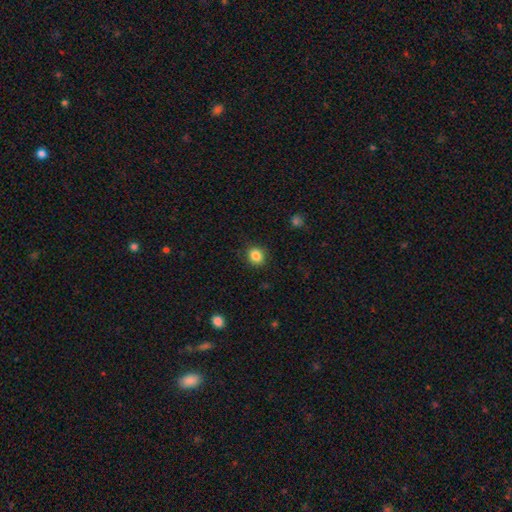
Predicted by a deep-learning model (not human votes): smooth-or-featured: smooth: 85% | star or artifact: 10% | featured or disk: 4%
  how-rounded: round: 80% | in between: 19% | cigar-shaped: 1%
  merging: none: 88% | minor disturbance: 8% | major disturbance: 2% | merger: 1%